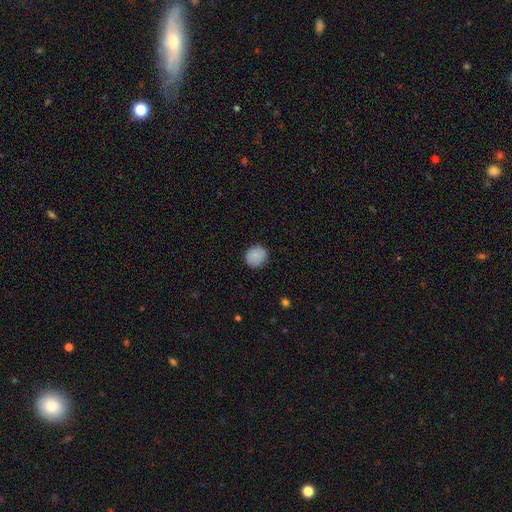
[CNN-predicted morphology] Smooth or featured? smooth (87%)
How rounded? round (82%)
Merging? none (87%)